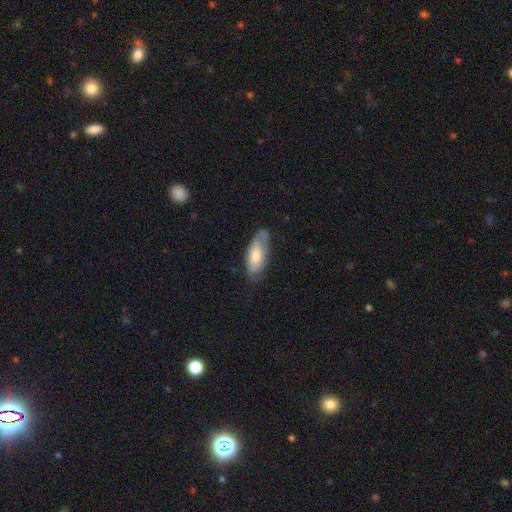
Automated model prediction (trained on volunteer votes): Smooth or featured? Predicted: smooth (p=0.62). How rounded? Predicted: in between (p=0.82). Merging? Predicted: none (p=0.58).